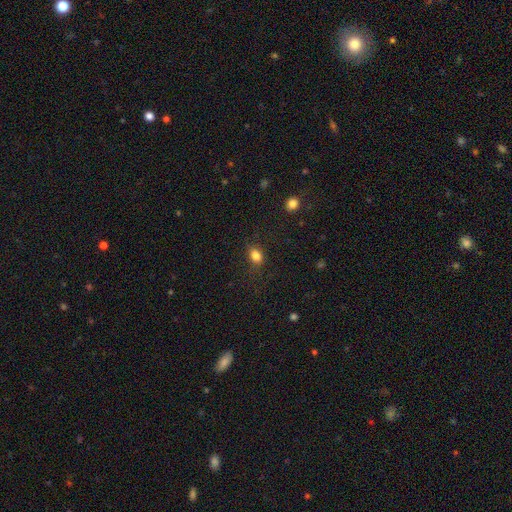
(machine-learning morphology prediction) This is clearly a smooth galaxy (83%). How rounded: likely in between (69%). Merging: likely none (80%).